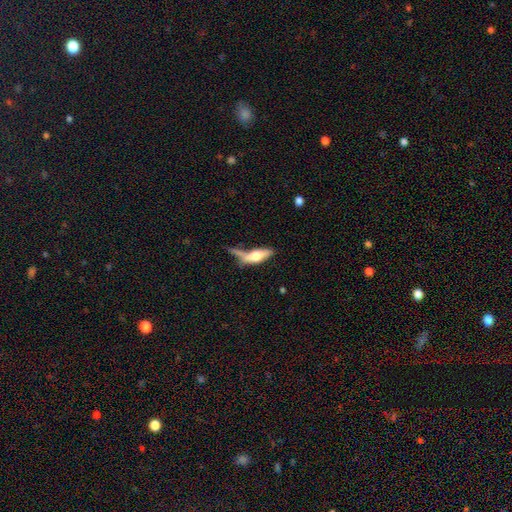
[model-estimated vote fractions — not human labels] Smooth or featured?
  - smooth: 54% *
  - featured or disk: 39%
  - star or artifact: 7%
How rounded?
  - cigar-shaped: 49% *
  - in between: 48%
  - round: 3%
Merging?
  - none: 34% *
  - merger: 23%
  - minor disturbance: 23%
  - major disturbance: 19%